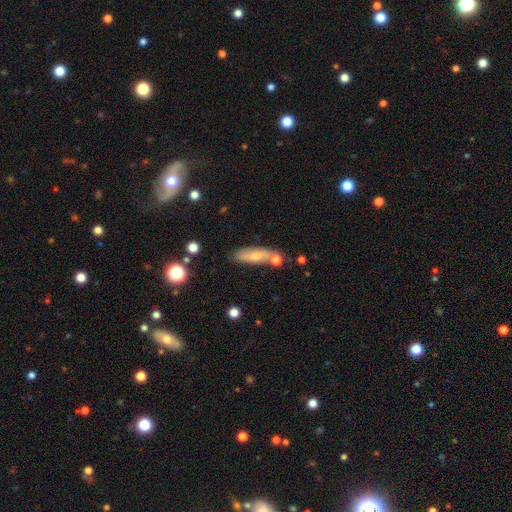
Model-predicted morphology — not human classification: Overall: smooth (67%). How rounded: cigar-shaped (51%; in between 46%). Merging: none (71%).